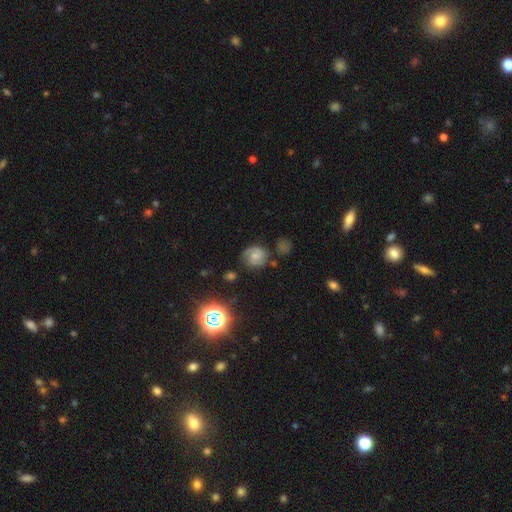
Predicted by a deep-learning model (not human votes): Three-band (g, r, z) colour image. It shows a featured or disk galaxy (62%) with no bar (62%), 2 (66%) tight (49%) spiral arms (91%) and a moderate central bulge (44%). Merging: none (66%).